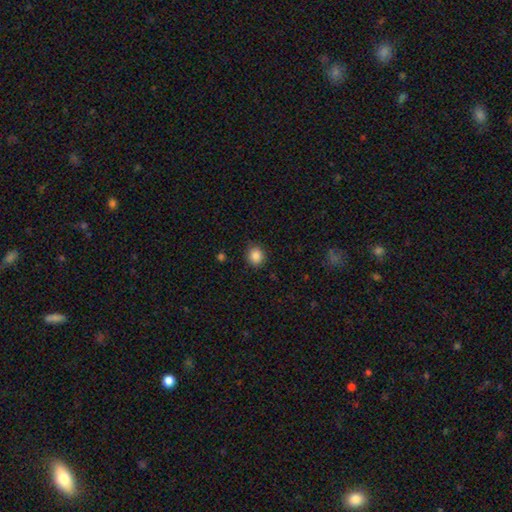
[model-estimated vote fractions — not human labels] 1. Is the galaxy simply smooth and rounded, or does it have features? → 86% smooth, 10% star or artifact, 4% featured or disk.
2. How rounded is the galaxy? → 81% round, 18% in between, 1% cigar-shaped.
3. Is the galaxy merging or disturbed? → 86% none, 10% minor disturbance, 2% major disturbance, 1% merger.